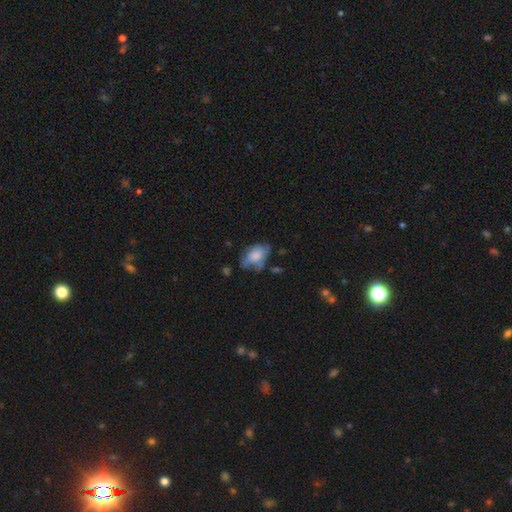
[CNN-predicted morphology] Smooth or featured? Predicted: smooth (p=0.63). How rounded? Predicted: in between (p=0.85). Merging? Predicted: none (p=0.42).